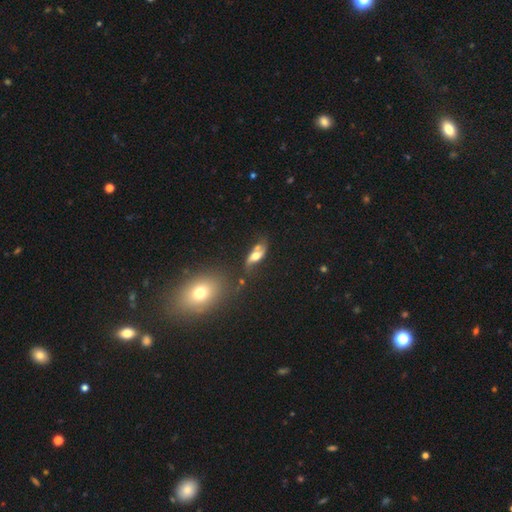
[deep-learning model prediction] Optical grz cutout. It shows a featured or disk galaxy (48%). Merging: none (47%).